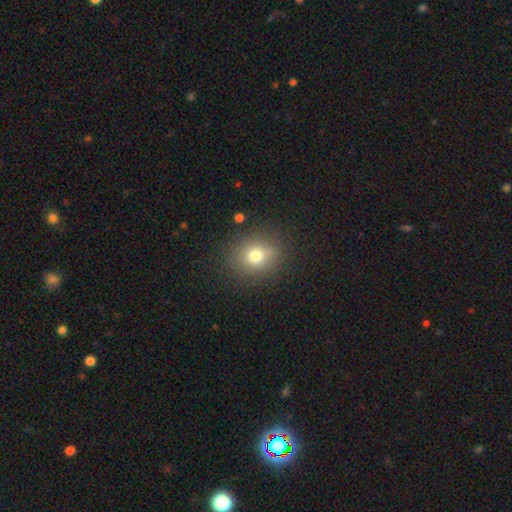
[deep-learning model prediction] This appears to be a smooth galaxy with no disk features (75%) that is round (71%). Merging: none (84%).